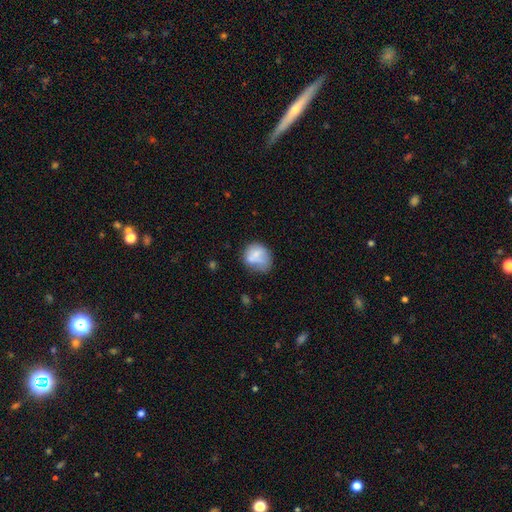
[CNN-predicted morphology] smooth_or_featured: smooth (p=0.69) [alt: featured or disk p=0.23]
how_rounded: round (p=0.58) [alt: in between p=0.41]
merging: none (p=0.38) [alt: minor disturbance p=0.28]